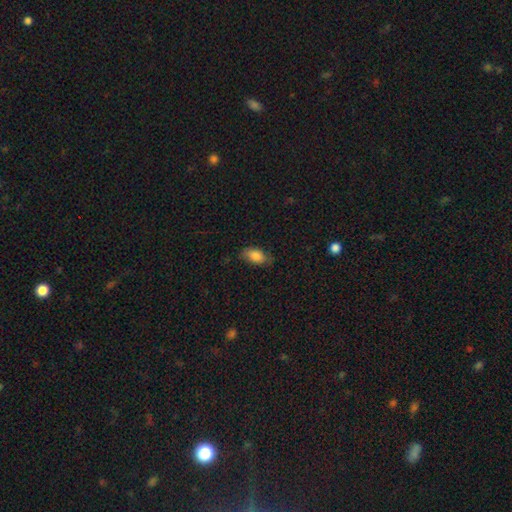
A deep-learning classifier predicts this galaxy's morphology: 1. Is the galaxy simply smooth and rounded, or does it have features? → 83% smooth, 10% featured or disk, 7% star or artifact.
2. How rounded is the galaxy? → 92% in between, 4% round, 4% cigar-shaped.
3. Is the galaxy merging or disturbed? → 68% none, 25% minor disturbance, 6% major disturbance, 1% merger.